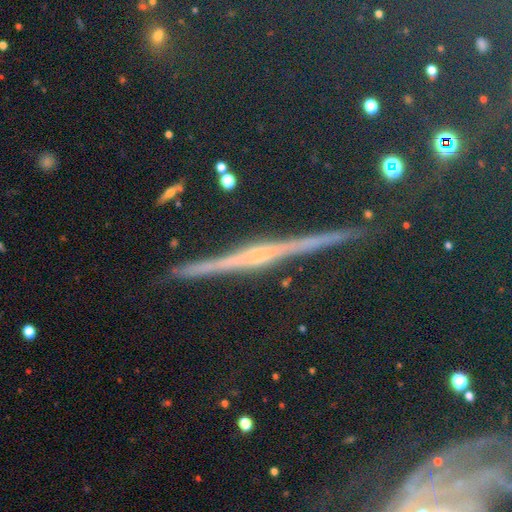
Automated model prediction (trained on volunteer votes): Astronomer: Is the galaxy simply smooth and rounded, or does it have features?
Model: featured or disk — 46% (runner-up: star or artifact, 37%).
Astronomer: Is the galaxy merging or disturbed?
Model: none — 88%.